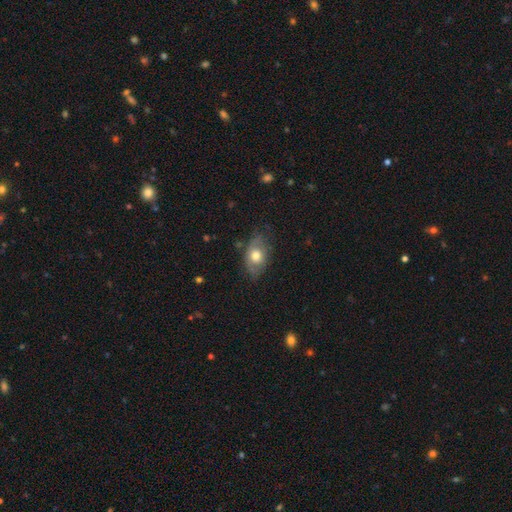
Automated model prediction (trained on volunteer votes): Smooth or featured: smooth — 61% (featured or disk — 32%)
How rounded: in between — 84% (round — 14%)
Merging: none — 67% (minor disturbance — 25%)